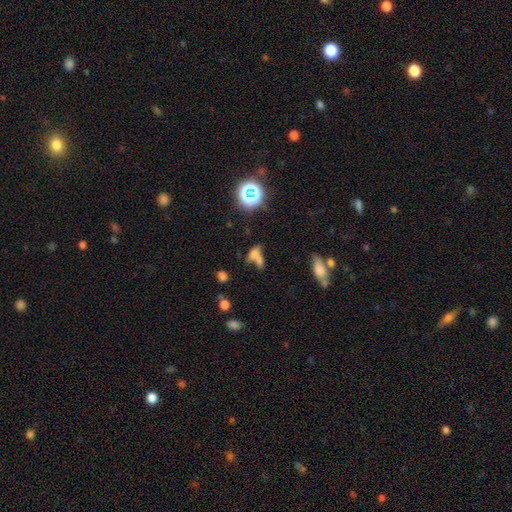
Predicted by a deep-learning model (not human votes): Overall: smooth (57%; star or artifact 23%). How rounded: in between (64%). Merging: merger (52%; none 26%).